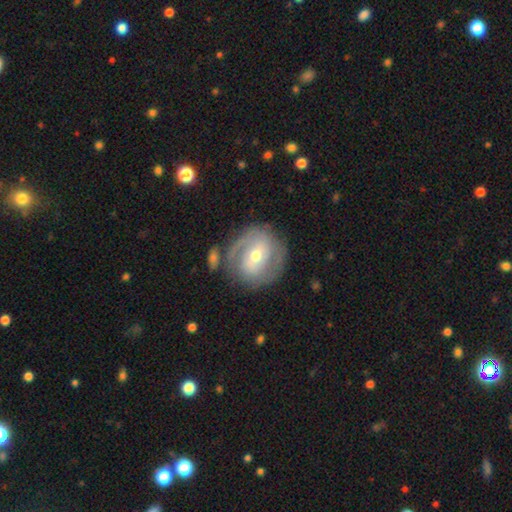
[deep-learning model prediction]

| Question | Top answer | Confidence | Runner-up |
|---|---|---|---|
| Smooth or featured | featured or disk | 74% | smooth (20%) |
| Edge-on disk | no | 97% | yes (3%) |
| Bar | no | 41% | weak (39%) |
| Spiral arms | yes | 81% | no (19%) |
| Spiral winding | tight | 53% | medium (35%) |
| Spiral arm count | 2 | 63% | can't tell (19%) |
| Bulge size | moderate | 59% | small (36%) |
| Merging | none | 71% | minor disturbance (16%) |